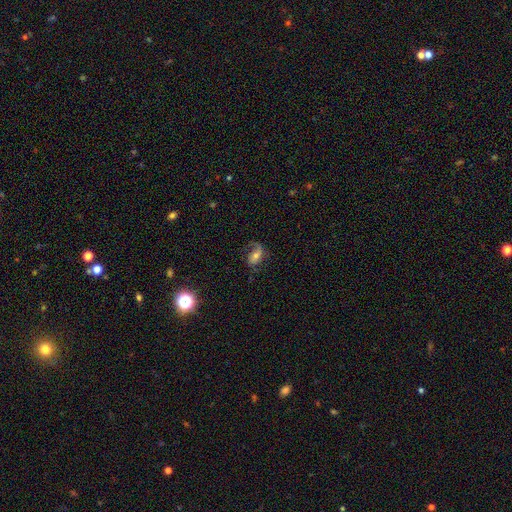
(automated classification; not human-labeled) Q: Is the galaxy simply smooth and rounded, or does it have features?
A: featured or disk — 63%.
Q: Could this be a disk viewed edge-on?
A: no — 95%.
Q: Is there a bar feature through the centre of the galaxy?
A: no — 47%.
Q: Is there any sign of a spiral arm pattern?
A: yes — 88%.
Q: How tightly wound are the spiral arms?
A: loose — 47%.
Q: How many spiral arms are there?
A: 2 — 51%.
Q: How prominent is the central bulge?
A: moderate — 54%.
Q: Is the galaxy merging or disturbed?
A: none — 56%.